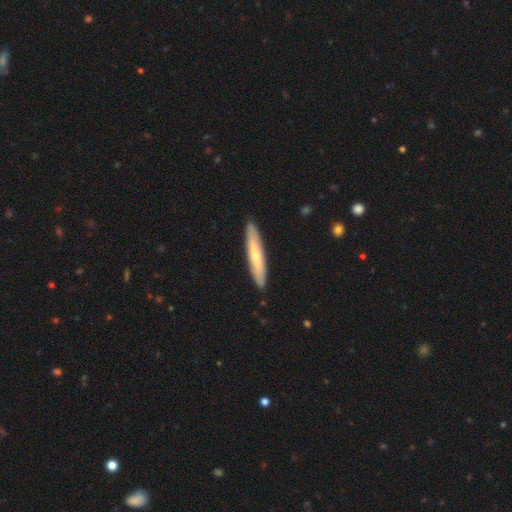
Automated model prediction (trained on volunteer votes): Overall: smooth (51%; featured or disk 44%). How rounded: cigar-shaped (90%). Merging: none (89%).